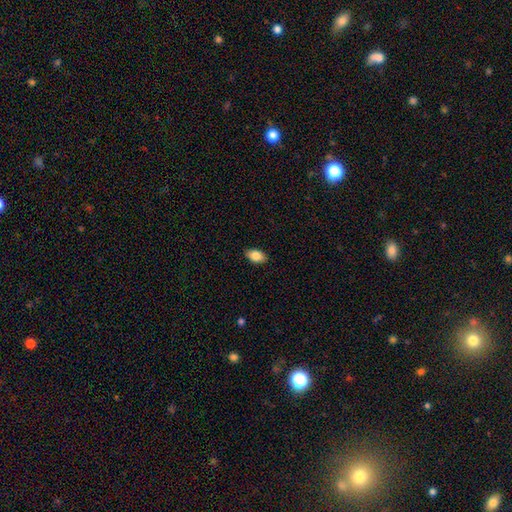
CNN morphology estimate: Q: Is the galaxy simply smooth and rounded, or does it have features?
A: smooth — 85%.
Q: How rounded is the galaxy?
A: in between — 92%.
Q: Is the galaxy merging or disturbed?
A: none — 89%.